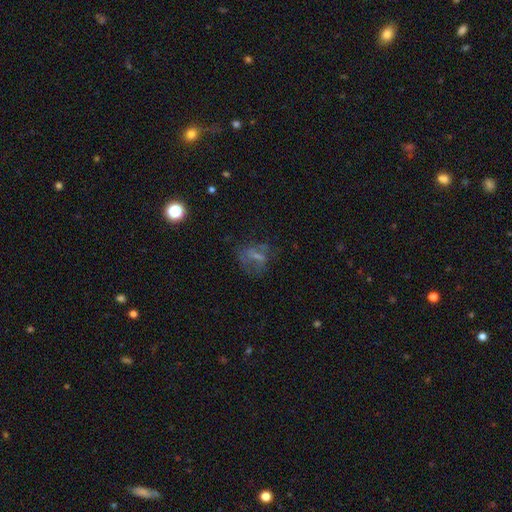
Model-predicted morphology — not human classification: smooth_or_featured: featured or disk (p=0.41) [alt: smooth p=0.37]
merging: none (p=0.46) [alt: major disturbance p=0.29]